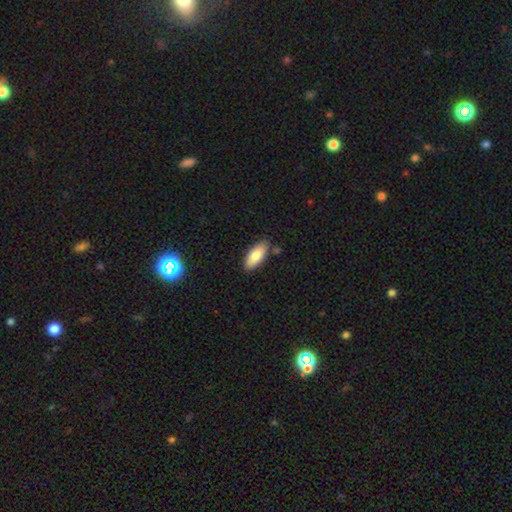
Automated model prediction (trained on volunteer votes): The model was most divided on "merging": none: 79%, minor disturbance: 14%, merger: 4%, major disturbance: 3%. More confident: how rounded — in between (83%); smooth or featured — smooth (82%).